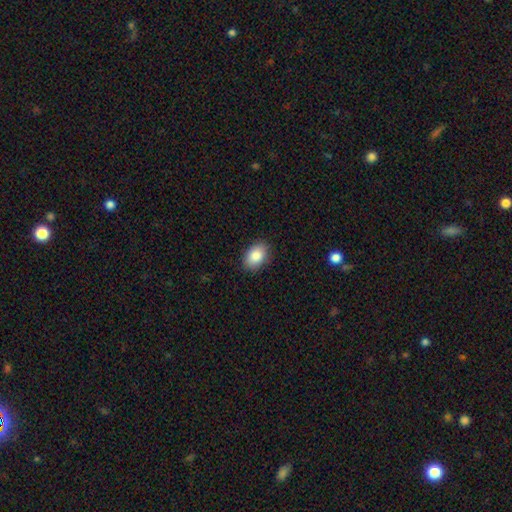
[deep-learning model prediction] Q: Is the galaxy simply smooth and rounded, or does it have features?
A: smooth — 88%.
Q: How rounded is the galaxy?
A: in between — 84%.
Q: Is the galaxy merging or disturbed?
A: none — 87%.